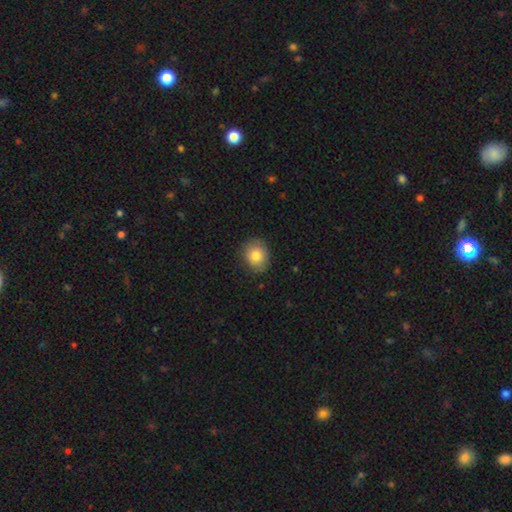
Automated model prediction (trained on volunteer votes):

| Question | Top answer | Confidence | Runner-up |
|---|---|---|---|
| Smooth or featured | smooth | 82% | featured or disk (9%) |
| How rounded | round | 72% | in between (27%) |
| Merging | none | 85% | minor disturbance (11%) |